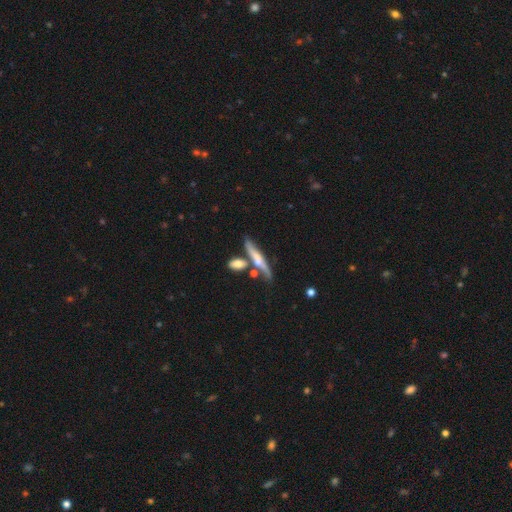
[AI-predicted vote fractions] Smooth or featured? featured or disk (57%)
Edge-on disk? yes (88%)
Edge-on bulge? rounded (60%)
Merging? none (61%)